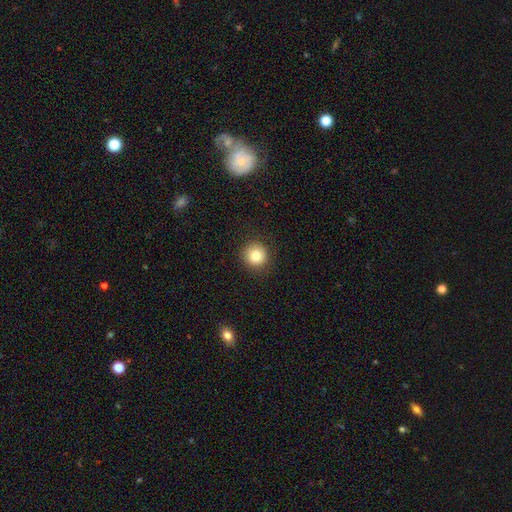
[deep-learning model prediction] smooth-or-featured: smooth: 83% | star or artifact: 10% | featured or disk: 7%
  how-rounded: round: 94% | in between: 5% | cigar-shaped: 1%
  merging: none: 90% | minor disturbance: 7% | major disturbance: 2% | merger: 1%